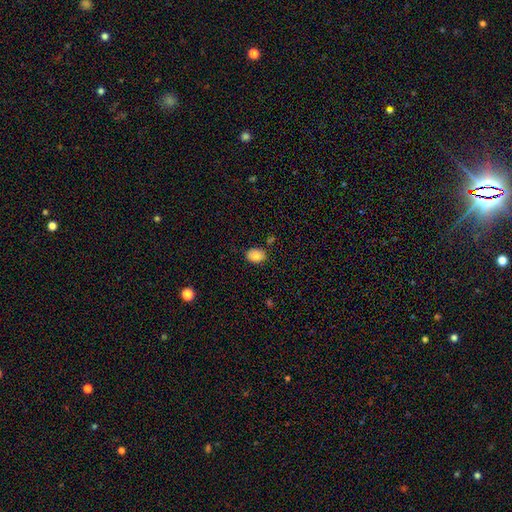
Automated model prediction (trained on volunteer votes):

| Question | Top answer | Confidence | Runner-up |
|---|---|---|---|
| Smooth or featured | smooth | 85% | star or artifact (9%) |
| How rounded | in between | 70% | round (29%) |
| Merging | none | 78% | minor disturbance (15%) |